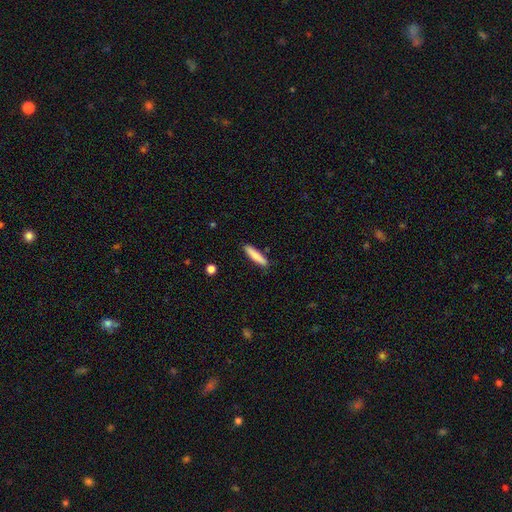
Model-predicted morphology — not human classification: Q: Smooth or featured?
A: smooth (84%); runner-up: featured or disk (10%)
Q: How rounded?
A: cigar-shaped (85%); runner-up: in between (14%)
Q: Merging?
A: none (88%); runner-up: minor disturbance (9%)